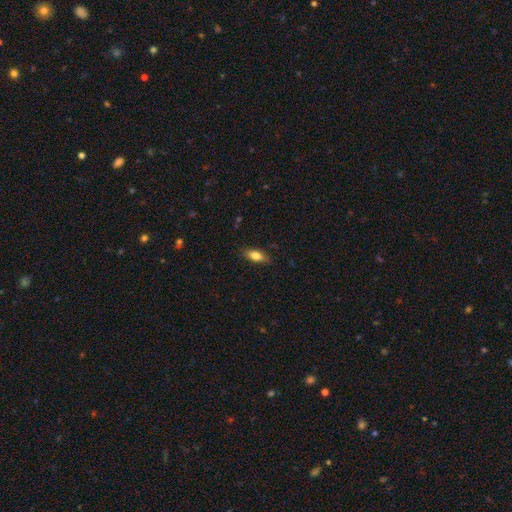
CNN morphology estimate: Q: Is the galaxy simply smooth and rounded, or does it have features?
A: smooth — 80%.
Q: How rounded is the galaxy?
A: in between — 81%.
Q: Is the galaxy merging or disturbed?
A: none — 83%.